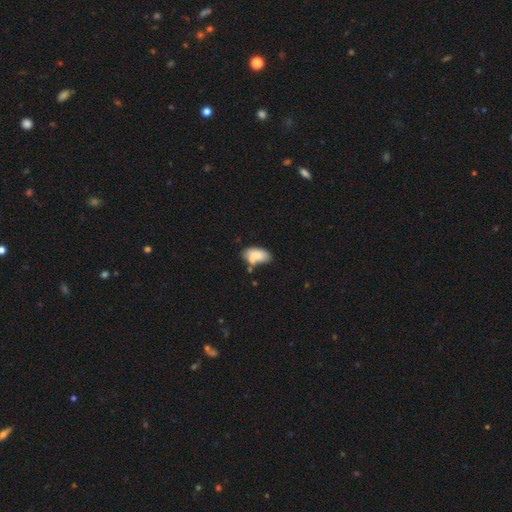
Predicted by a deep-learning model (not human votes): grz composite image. It shows a smooth galaxy with no disk features (75%) that is in between round and cigar-shaped (92%). Merging: none (46%).